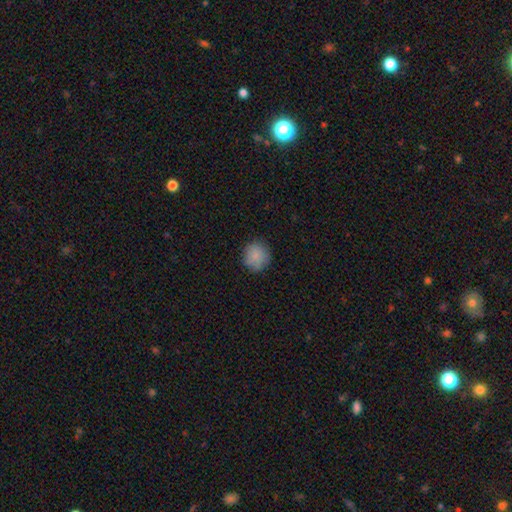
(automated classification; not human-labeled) This appears to be a smooth galaxy with no disk features (85%) that is round (90%). Merging: none (84%).